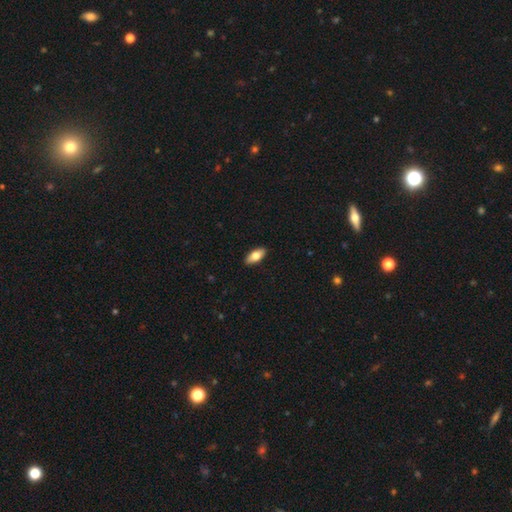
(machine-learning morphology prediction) A smooth galaxy with no disk features (75%) that is in between round and cigar-shaped (86%). Merging: none (90%).